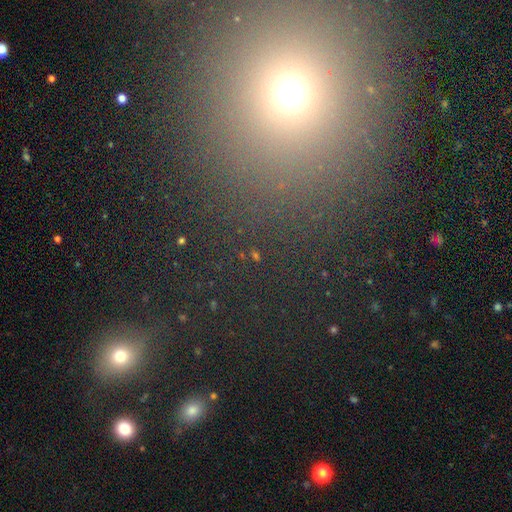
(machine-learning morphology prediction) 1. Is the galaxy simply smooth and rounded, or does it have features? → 68% star or artifact, 22% smooth, 10% featured or disk.